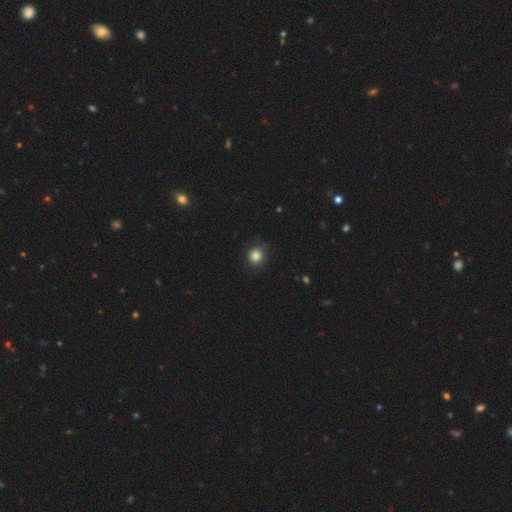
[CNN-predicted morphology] Q: Smooth or featured?
A: smooth (84%); runner-up: star or artifact (11%)
Q: How rounded?
A: round (89%); runner-up: in between (10%)
Q: Merging?
A: none (81%); runner-up: minor disturbance (14%)